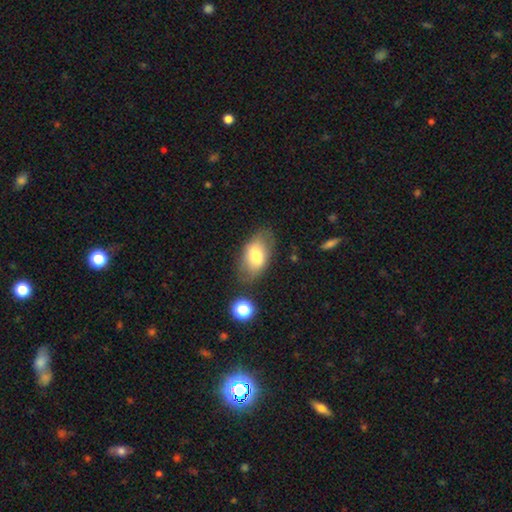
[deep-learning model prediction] Overall: smooth (72%). How rounded: in between (91%). Merging: none (69%).